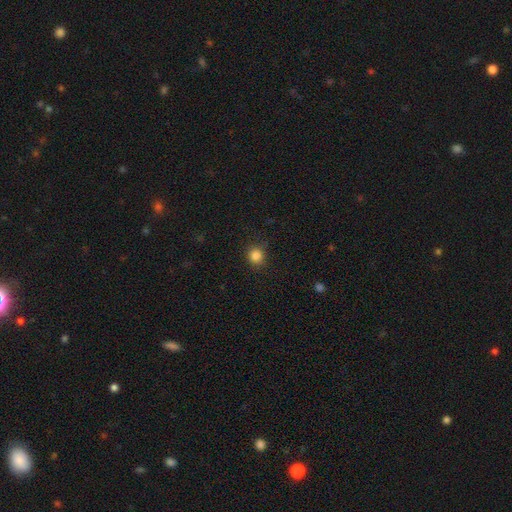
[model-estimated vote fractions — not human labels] Q: Smooth or featured?
A: smooth (85%); runner-up: star or artifact (12%)
Q: How rounded?
A: round (88%); runner-up: in between (11%)
Q: Merging?
A: none (86%); runner-up: minor disturbance (10%)